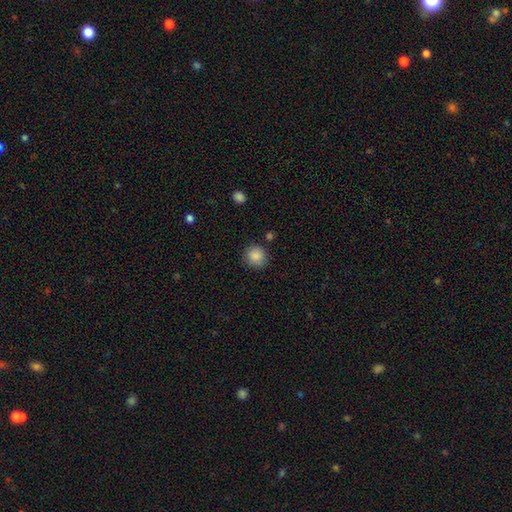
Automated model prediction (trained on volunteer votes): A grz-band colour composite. It shows a smooth galaxy with no disk features (88%) that is round (91%). Merging: none (86%).